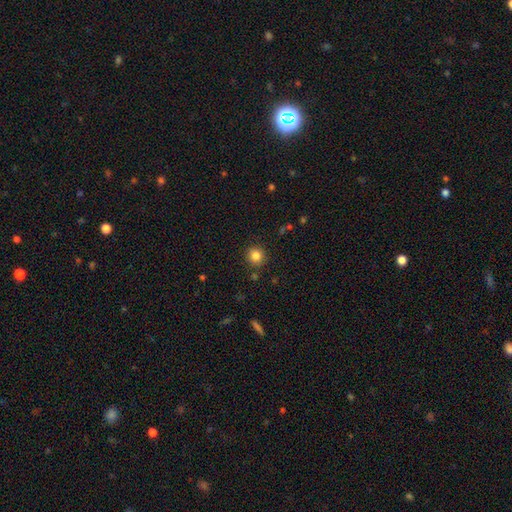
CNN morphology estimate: Overall: smooth (83%). How rounded: round (92%). Merging: none (89%).